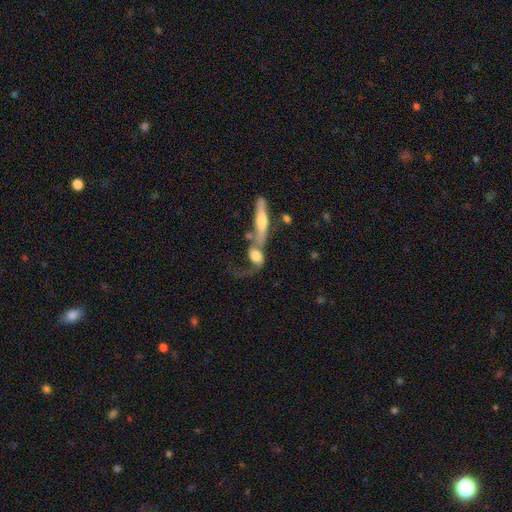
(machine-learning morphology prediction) Smooth or featured? featured or disk (48%)
Merging? merger (49%)